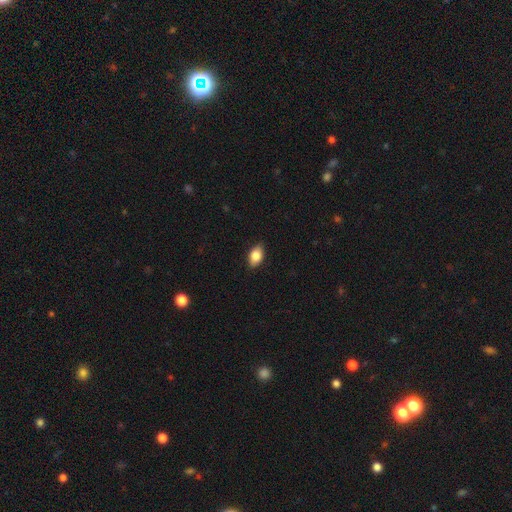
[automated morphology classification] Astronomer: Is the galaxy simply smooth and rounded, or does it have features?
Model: smooth — 84%.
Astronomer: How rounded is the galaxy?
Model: in between — 88%.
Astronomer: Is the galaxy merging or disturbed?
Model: none — 86%.